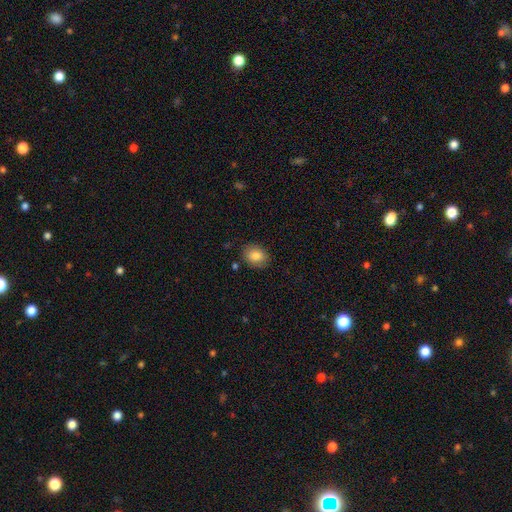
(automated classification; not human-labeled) This appears to be a smooth galaxy with no disk features (83%) that is in between round and cigar-shaped (54%). Merging: none (85%).